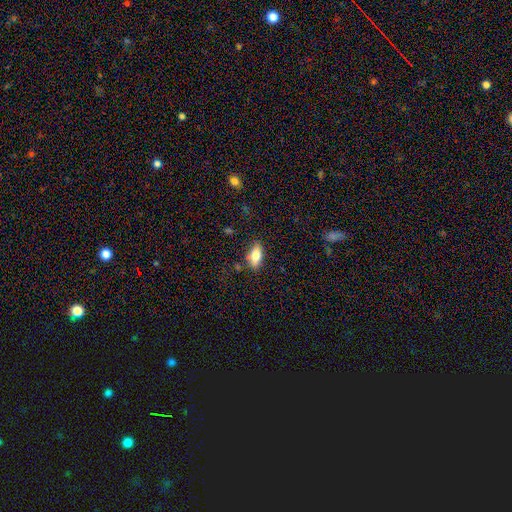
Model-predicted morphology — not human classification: This is likely a smooth galaxy (77%). How rounded: clearly in between (84%). Merging: likely none (80%).